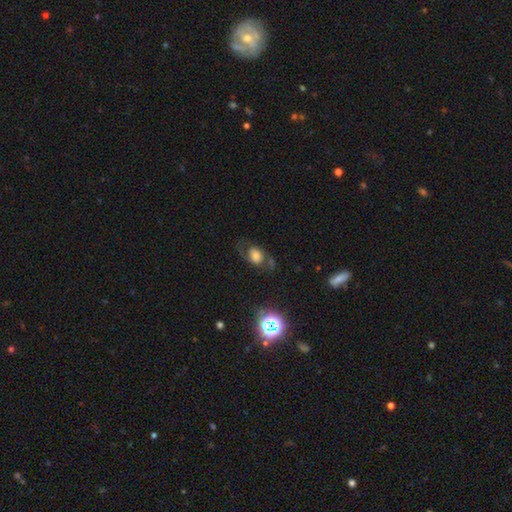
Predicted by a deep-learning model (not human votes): Smooth or featured? featured or disk (48%)
Merging? none (54%)